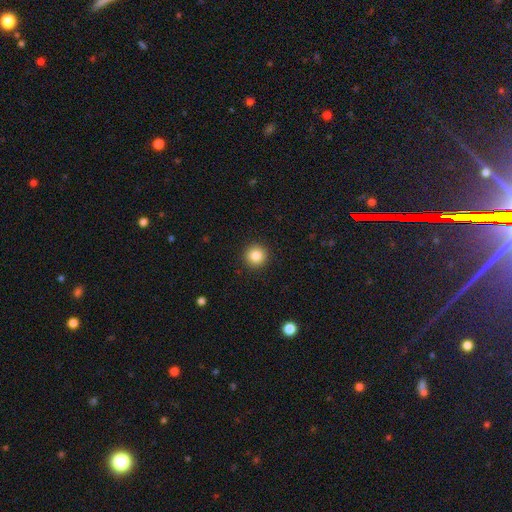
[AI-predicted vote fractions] smooth-or-featured: smooth: 85% | star or artifact: 10% | featured or disk: 5%
  how-rounded: round: 95% | in between: 4% | cigar-shaped: 1%
  merging: none: 92% | minor disturbance: 5% | major disturbance: 2% | merger: 1%